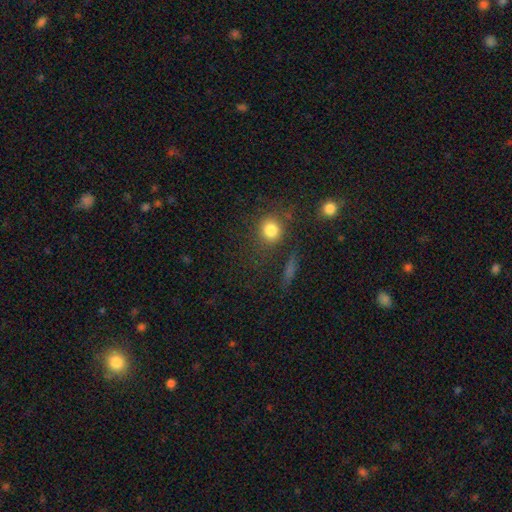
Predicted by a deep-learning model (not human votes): Smooth or featured? smooth (60%)
How rounded? round (82%)
Merging? none (72%)